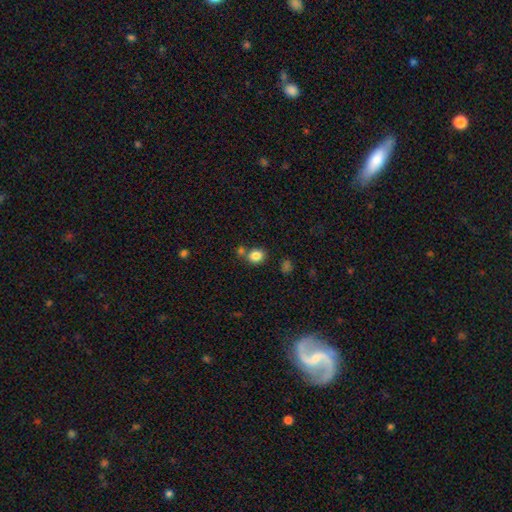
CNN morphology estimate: Overall: smooth (85%). How rounded: round (61%; in between 38%). Merging: none (65%).